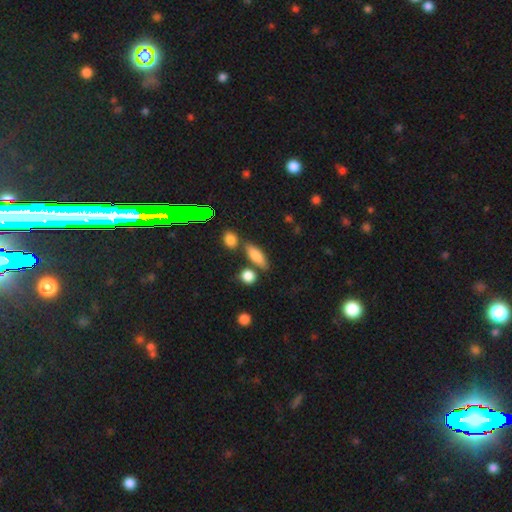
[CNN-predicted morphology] Overall: smooth (78%). How rounded: in between (60%; cigar-shaped 33%). Merging: none (71%).